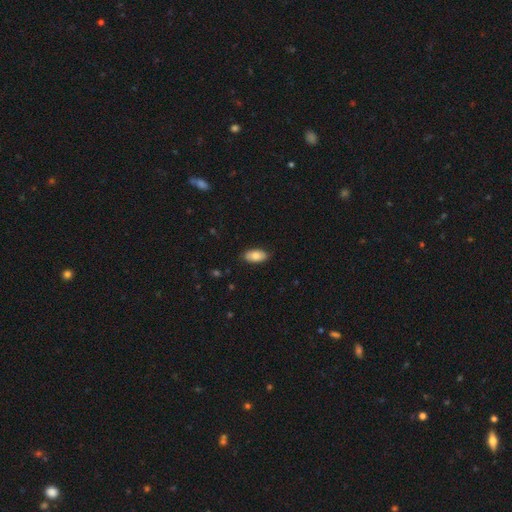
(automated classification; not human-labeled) Q: Smooth or featured?
A: smooth (80%); runner-up: featured or disk (14%)
Q: How rounded?
A: in between (94%); runner-up: cigar-shaped (3%)
Q: Merging?
A: none (86%); runner-up: minor disturbance (11%)